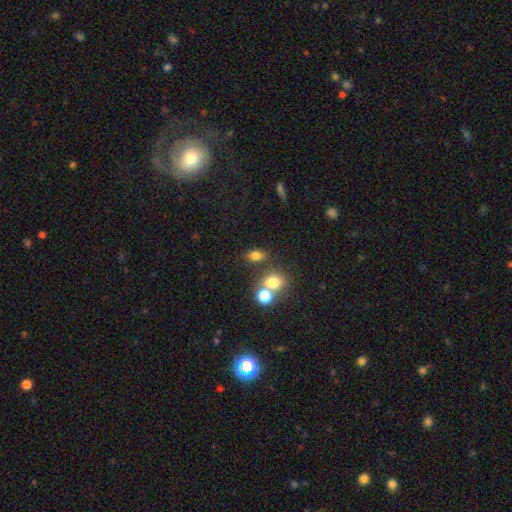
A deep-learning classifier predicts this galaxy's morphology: smooth_or_featured: smooth (p=0.76) [alt: star or artifact p=0.14]
how_rounded: in between (p=0.70) [alt: round p=0.27]
merging: none (p=0.60) [alt: merger p=0.24]